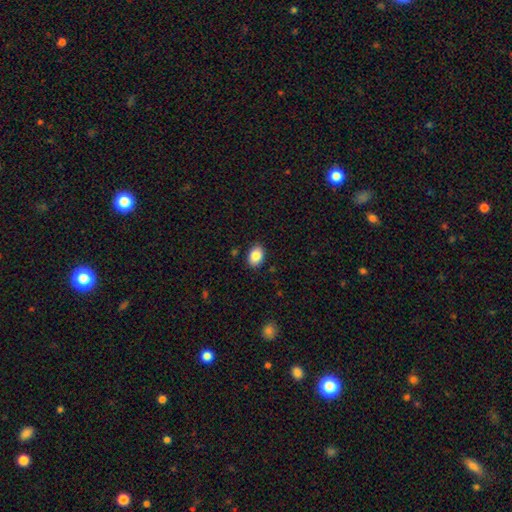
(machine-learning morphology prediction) Overall: smooth (86%). How rounded: in between (77%). Merging: none (88%).